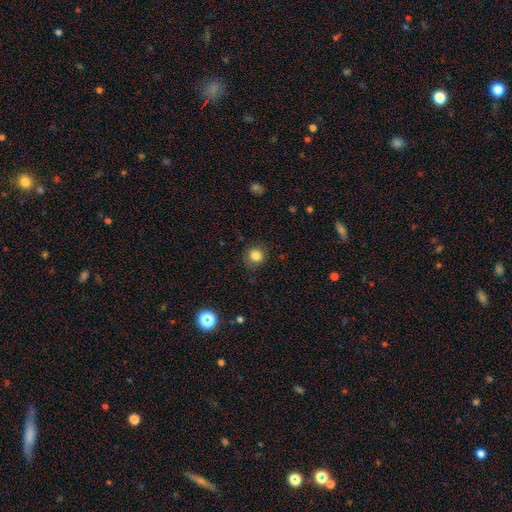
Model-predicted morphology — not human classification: Smooth or featured?
  - smooth: 83% *
  - star or artifact: 11%
  - featured or disk: 5%
How rounded?
  - round: 86% *
  - in between: 13%
  - cigar-shaped: 1%
Merging?
  - none: 83% *
  - minor disturbance: 12%
  - major disturbance: 4%
  - merger: 1%